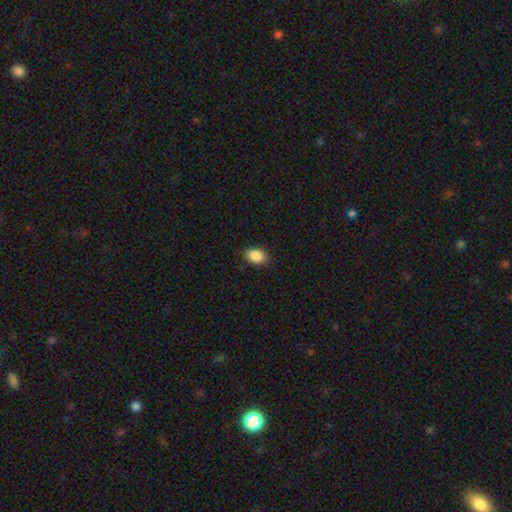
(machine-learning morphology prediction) Smooth or featured? Predicted: smooth (p=0.89). How rounded? Predicted: in between (p=0.81). Merging? Predicted: none (p=0.87).